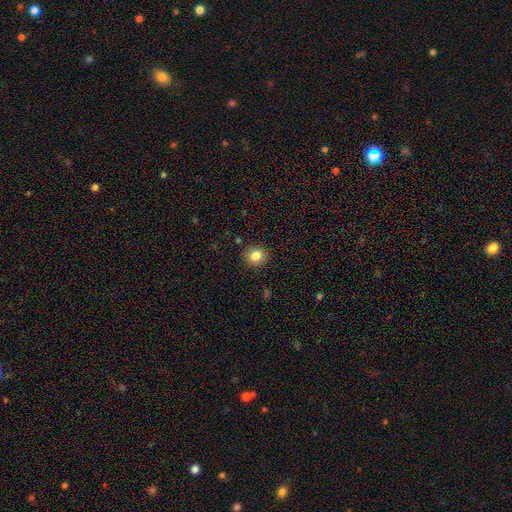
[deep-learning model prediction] Q: Smooth or featured?
A: smooth (82%); runner-up: star or artifact (11%)
Q: How rounded?
A: round (78%); runner-up: in between (21%)
Q: Merging?
A: none (89%); runner-up: minor disturbance (8%)